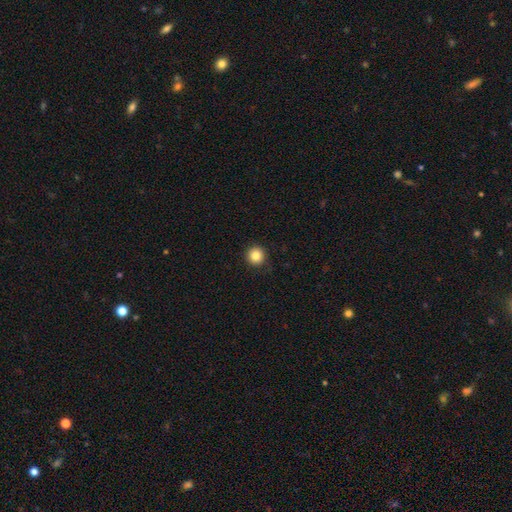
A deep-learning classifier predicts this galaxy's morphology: Smooth or featured?
  - smooth: 84% *
  - star or artifact: 11%
  - featured or disk: 5%
How rounded?
  - round: 95% *
  - in between: 4%
  - cigar-shaped: 1%
Merging?
  - none: 90% *
  - minor disturbance: 7%
  - major disturbance: 2%
  - merger: 1%